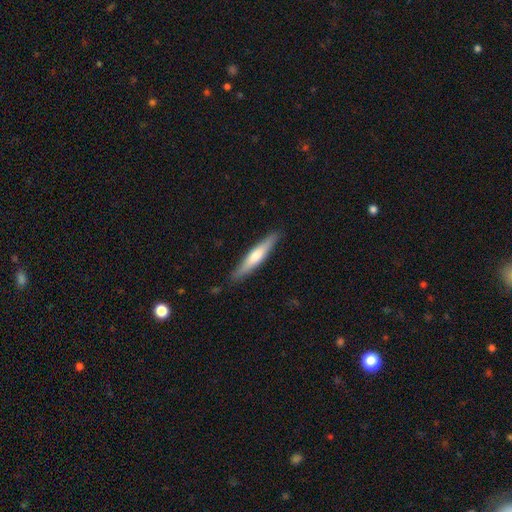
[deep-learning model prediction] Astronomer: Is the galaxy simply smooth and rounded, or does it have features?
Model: smooth — 52% (runner-up: featured or disk, 43%).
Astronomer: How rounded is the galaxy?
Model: cigar-shaped — 91%.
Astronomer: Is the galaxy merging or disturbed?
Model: none — 88%.